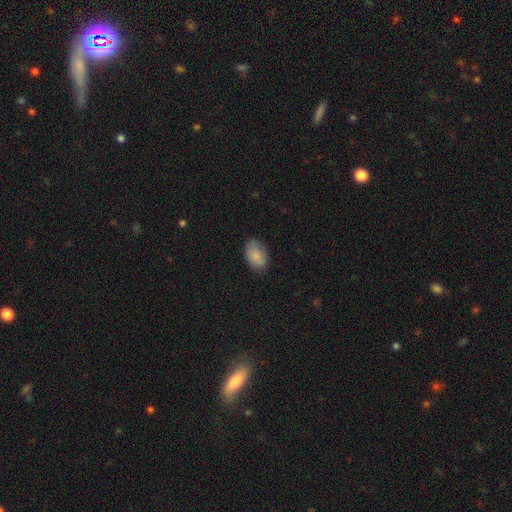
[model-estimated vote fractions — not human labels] A smooth galaxy with no disk features (82%) that is in between round and cigar-shaped (89%). Merging: none (77%).